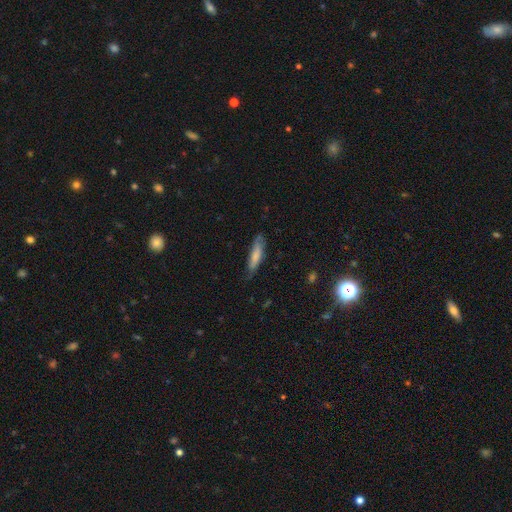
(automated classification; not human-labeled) Q: Smooth or featured?
A: smooth (71%); runner-up: featured or disk (23%)
Q: How rounded?
A: cigar-shaped (72%); runner-up: in between (26%)
Q: Merging?
A: none (65%); runner-up: minor disturbance (26%)